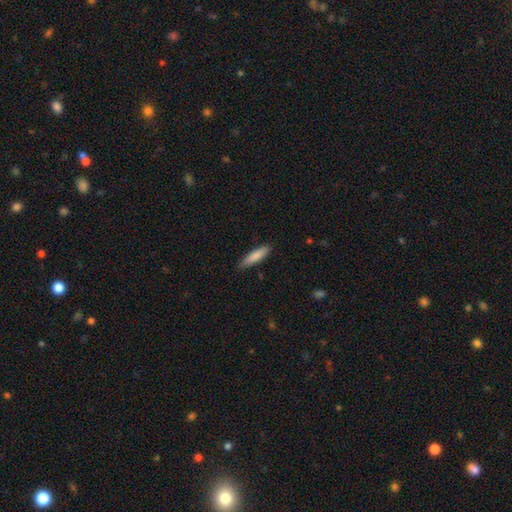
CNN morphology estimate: smooth-or-featured: smooth: 83% | featured or disk: 11% | star or artifact: 5%
  how-rounded: cigar-shaped: 77% | in between: 21% | round: 1%
  merging: none: 84% | minor disturbance: 13% | major disturbance: 2% | merger: 1%